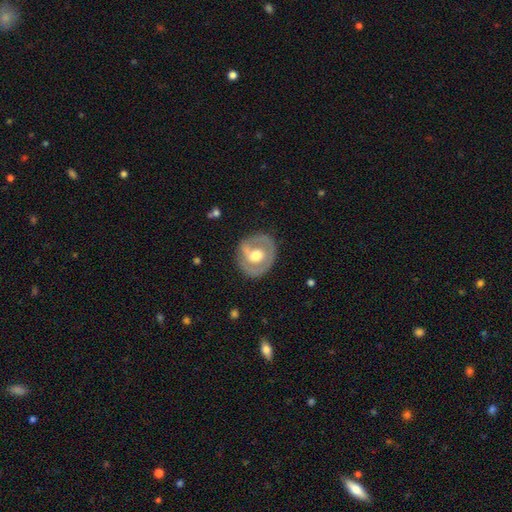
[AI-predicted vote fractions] smooth-or-featured: featured or disk: 61% | smooth: 34% | star or artifact: 5%
  disk-edge-on: no: 96% | yes: 4%
    bar: no: 67% | weak: 25% | strong: 8%
    has-spiral-arms: no: 61% | yes: 39%
    bulge-size: moderate: 63% | large: 29% | small: 5% | dominant: 2% | none: 1%
  merging: none: 73% | minor disturbance: 18% | major disturbance: 7% | merger: 2%